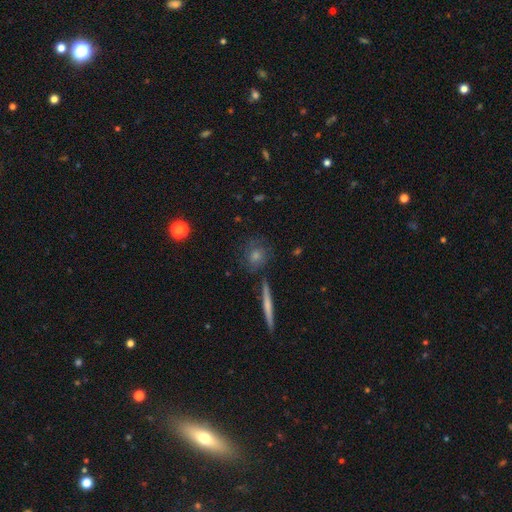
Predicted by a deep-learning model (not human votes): A smooth galaxy with no disk features (45%).

Vote fractions:
- Smooth or featured? smooth: 45% / featured or disk: 40% / star or artifact: 15%
- Merging? none: 81% / minor disturbance: 12% / merger: 4% / major disturbance: 4%